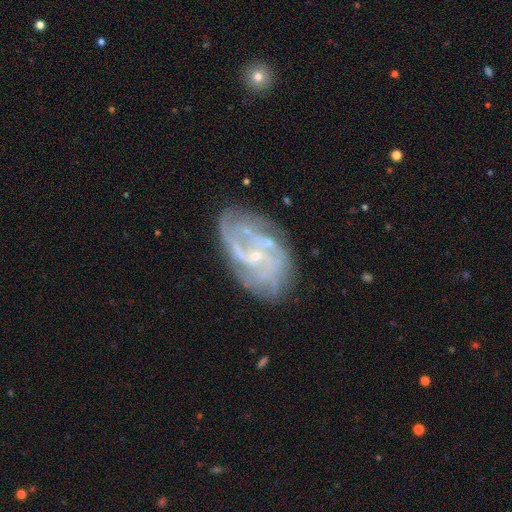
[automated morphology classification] Overall: featured or disk (82%). Edge-on disk: no (97%). Bar: no (57%; weak 35%). Spiral arms: yes (85%). Spiral arm count: can't tell (38%; 2 22%). Spiral winding: tight (41%; medium 39%). Bulge size: small (81%). Merging: none (64%).